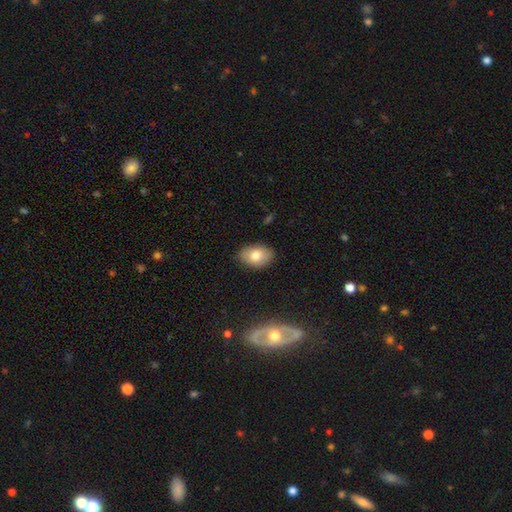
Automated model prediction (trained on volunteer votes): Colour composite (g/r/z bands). It shows a smooth galaxy with no disk features (77%) that is in between round and cigar-shaped (86%). Merging: none (85%).